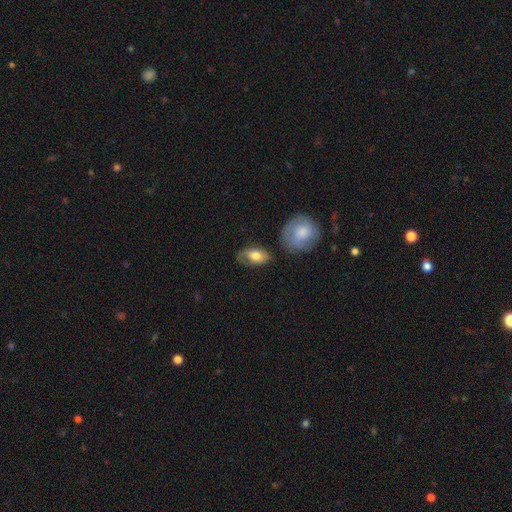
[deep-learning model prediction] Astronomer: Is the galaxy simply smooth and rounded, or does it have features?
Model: smooth — 68%.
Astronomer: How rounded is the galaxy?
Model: in between — 88%.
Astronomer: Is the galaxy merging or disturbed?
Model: none — 66%.